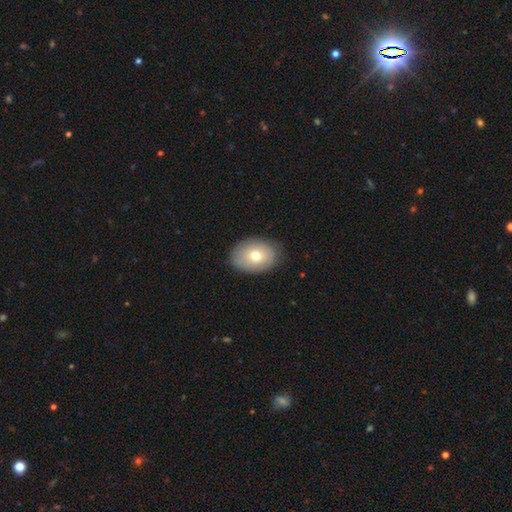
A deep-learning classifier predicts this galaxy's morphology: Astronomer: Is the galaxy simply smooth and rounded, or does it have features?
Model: smooth — 71%.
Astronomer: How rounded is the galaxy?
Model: in between — 77%.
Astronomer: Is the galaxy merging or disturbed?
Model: none — 84%.